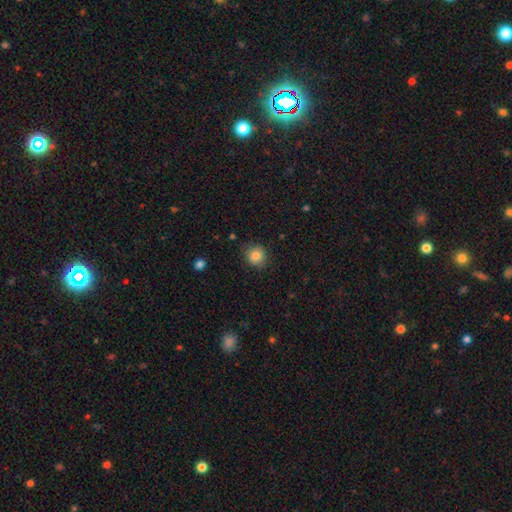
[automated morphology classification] A smooth galaxy with no disk features (83%) that is round (88%). Merging: none (84%).